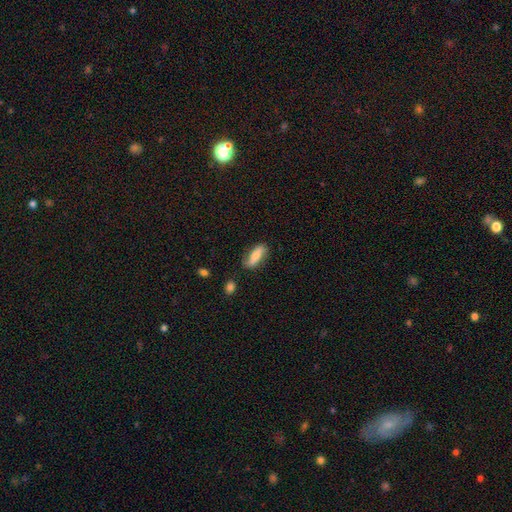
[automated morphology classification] Smooth or featured?
  - smooth: 67% *
  - featured or disk: 27%
  - star or artifact: 7%
How rounded?
  - in between: 62% *
  - cigar-shaped: 35%
  - round: 3%
Merging?
  - none: 73% *
  - minor disturbance: 19%
  - major disturbance: 5%
  - merger: 2%